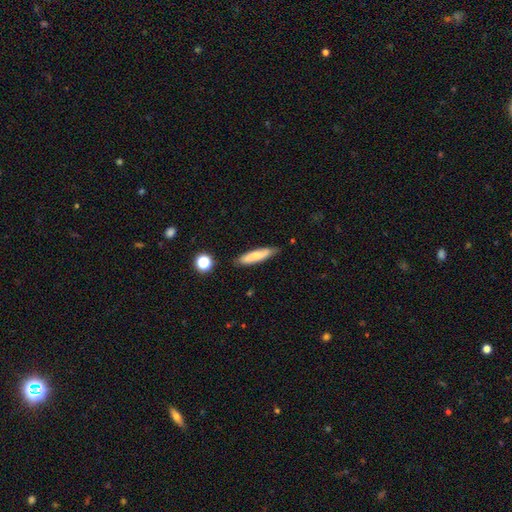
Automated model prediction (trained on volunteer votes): Smooth or featured? Predicted: smooth (p=0.72). How rounded? Predicted: cigar-shaped (p=0.76). Merging? Predicted: none (p=0.80).